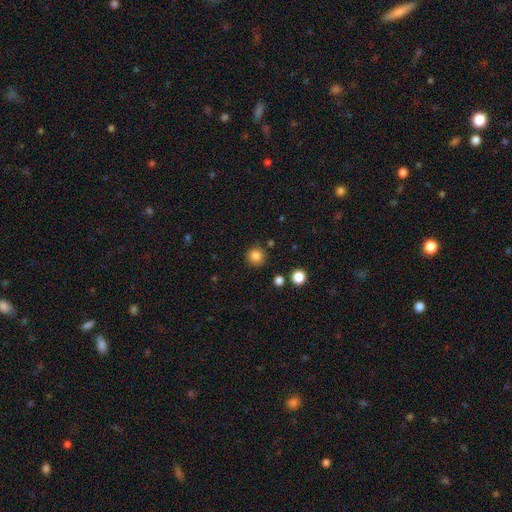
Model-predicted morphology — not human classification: Smooth or featured?
  - smooth: 84% *
  - star or artifact: 12%
  - featured or disk: 4%
How rounded?
  - round: 95% *
  - in between: 4%
  - cigar-shaped: 1%
Merging?
  - none: 88% *
  - minor disturbance: 7%
  - merger: 3%
  - major disturbance: 2%